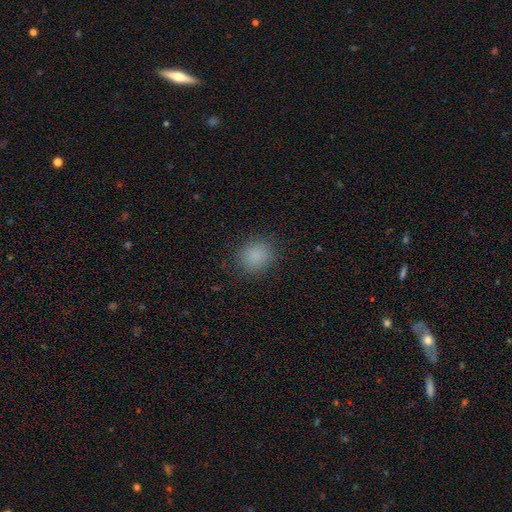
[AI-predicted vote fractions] Smooth or featured: smooth — 85% (star or artifact — 11%)
How rounded: round — 81% (in between — 18%)
Merging: none — 88% (minor disturbance — 8%)